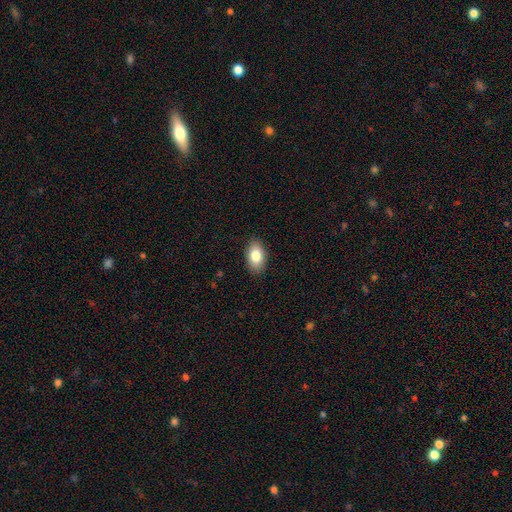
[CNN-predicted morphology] smooth 83%, featured or disk 9%, star or artifact 7%. Down the decision tree: how rounded — in between (92%); merging — none (88%).